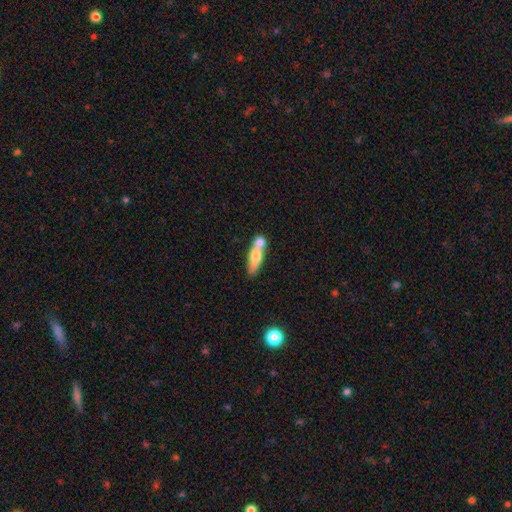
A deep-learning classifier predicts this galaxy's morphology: Smooth or featured: smooth — 64% (featured or disk — 29%)
How rounded: cigar-shaped — 51% (in between — 43%)
Merging: merger — 50% (none — 34%)